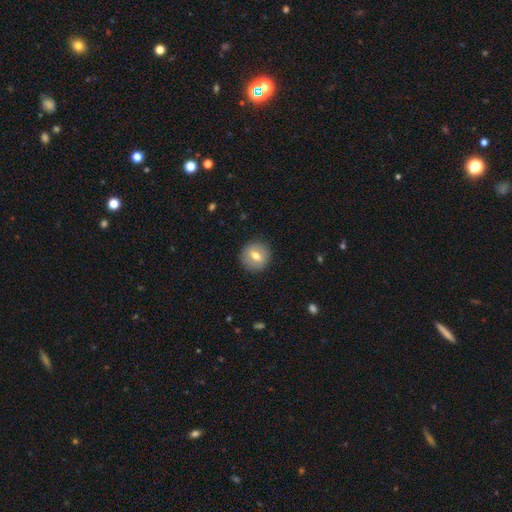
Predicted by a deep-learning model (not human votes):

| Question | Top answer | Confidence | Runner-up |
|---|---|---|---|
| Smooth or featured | smooth | 61% | featured or disk (31%) |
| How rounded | round | 89% | in between (10%) |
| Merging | none | 90% | minor disturbance (7%) |